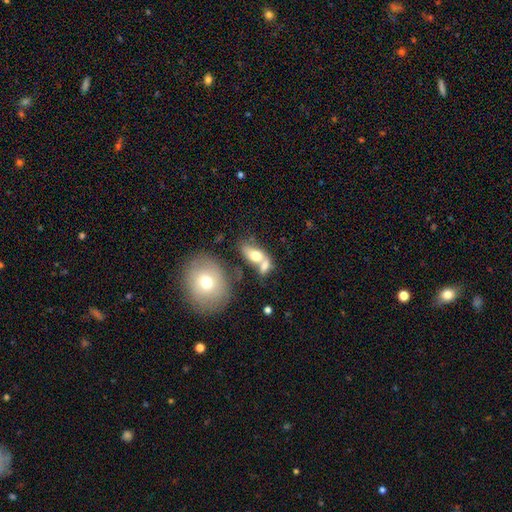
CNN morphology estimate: This appears to be a smooth galaxy with no disk features (63%) that is in between round and cigar-shaped (79%). Merging: merger (54%).